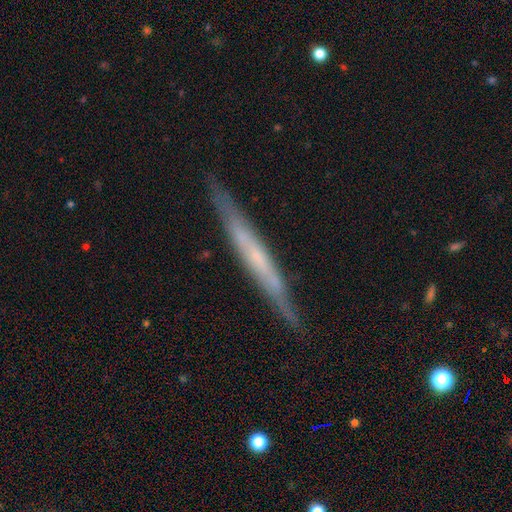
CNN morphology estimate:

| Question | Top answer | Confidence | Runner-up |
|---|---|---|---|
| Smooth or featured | featured or disk | 60% | smooth (34%) |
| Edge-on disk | yes | 93% | no (7%) |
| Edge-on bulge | none | 74% | rounded (17%) |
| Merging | none | 86% | minor disturbance (11%) |